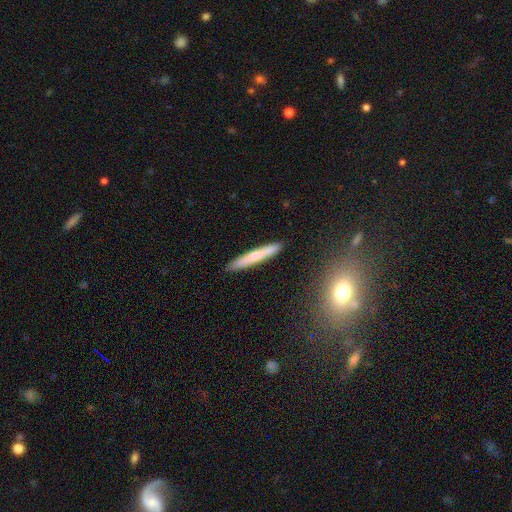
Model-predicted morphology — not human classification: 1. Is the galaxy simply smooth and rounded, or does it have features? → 63% smooth, 30% featured or disk, 6% star or artifact.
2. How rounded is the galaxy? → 95% cigar-shaped, 3% in between, 1% round.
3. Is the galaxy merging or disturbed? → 90% none, 7% minor disturbance, 1% merger, 1% major disturbance.